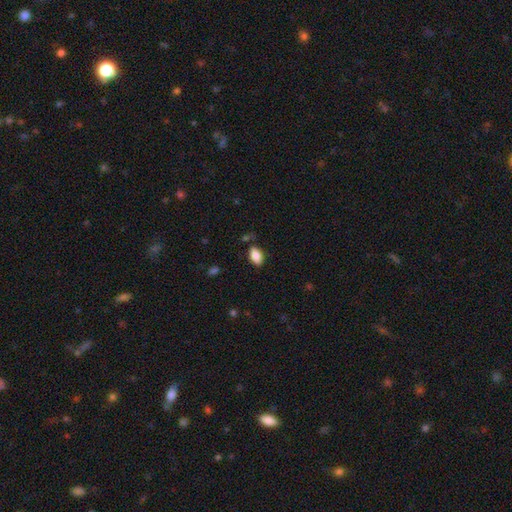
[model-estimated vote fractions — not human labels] Overall: smooth (86%). How rounded: in between (92%). Merging: none (81%).